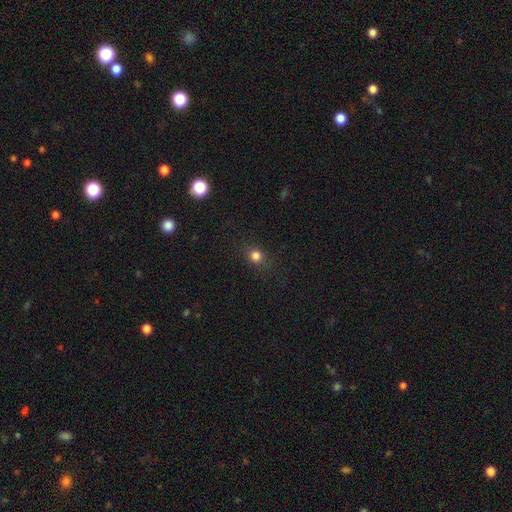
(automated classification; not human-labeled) Smooth or featured? Predicted: smooth (p=0.80). How rounded? Predicted: round (p=0.80). Merging? Predicted: none (p=0.84).